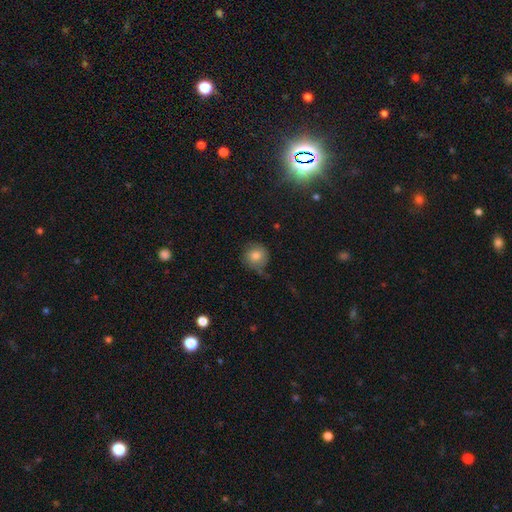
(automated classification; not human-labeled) smooth-or-featured: smooth: 75% | featured or disk: 15% | star or artifact: 9%
  how-rounded: round: 90% | in between: 9% | cigar-shaped: 1%
  merging: none: 71% | minor disturbance: 21% | major disturbance: 6% | merger: 3%